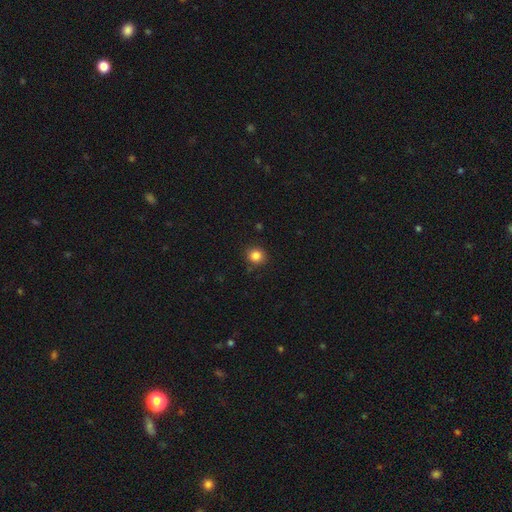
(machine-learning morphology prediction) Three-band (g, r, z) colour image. It shows a smooth galaxy with no disk features (85%) that is round (87%). Merging: none (87%).